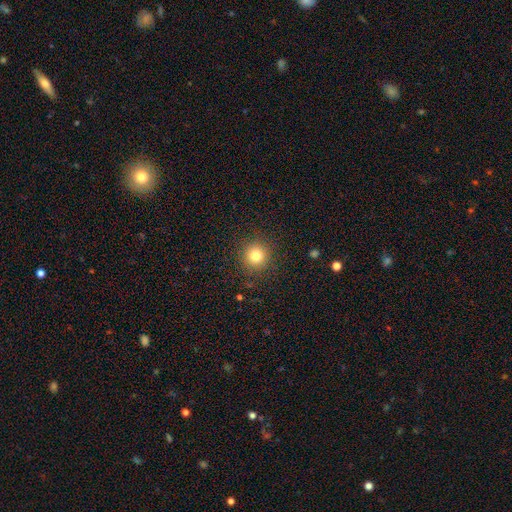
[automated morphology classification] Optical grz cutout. It shows a smooth galaxy with no disk features (81%) that is round (94%). Merging: none (90%).